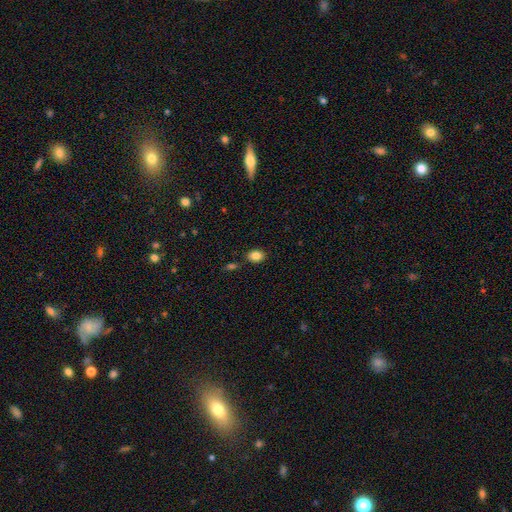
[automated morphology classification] smooth 85%, star or artifact 9%, featured or disk 6%. Down the decision tree: how rounded — in between (76%); merging — none (83%).